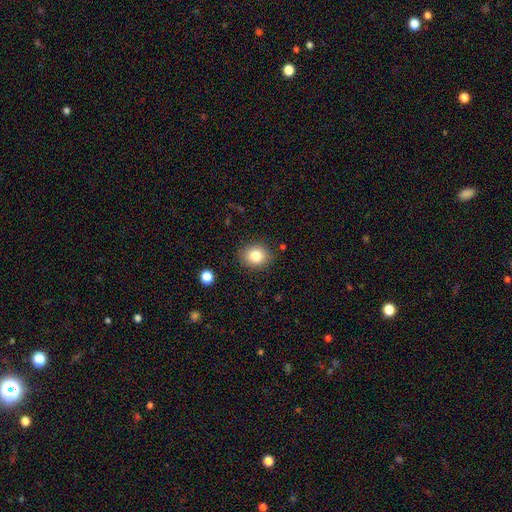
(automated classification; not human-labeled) Smooth or featured: smooth — 83% (star or artifact — 10%)
How rounded: round — 65% (in between — 34%)
Merging: none — 86% (minor disturbance — 9%)